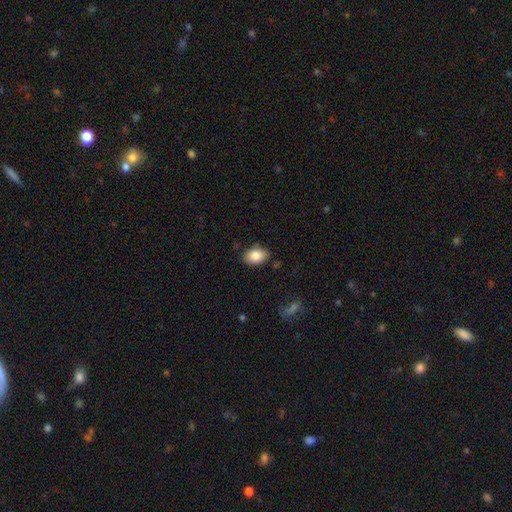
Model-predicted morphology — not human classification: Smooth or featured? smooth (84%)
How rounded? in between (83%)
Merging? none (83%)